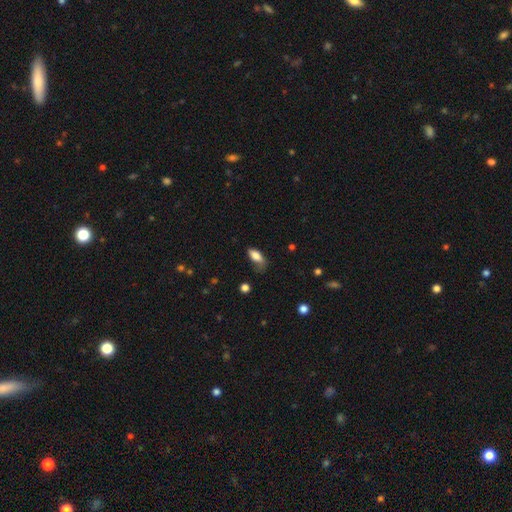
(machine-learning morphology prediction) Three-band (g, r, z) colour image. It shows a smooth galaxy with no disk features (81%) that is in between round and cigar-shaped (86%). Merging: none (40%).